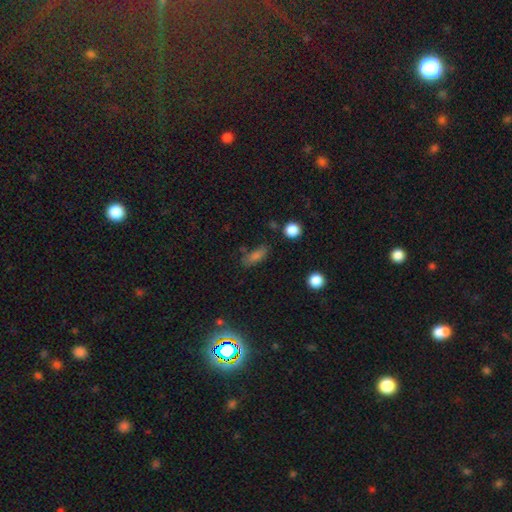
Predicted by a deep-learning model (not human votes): Smooth or featured? smooth (65%)
How rounded? in between (69%)
Merging? none (71%)